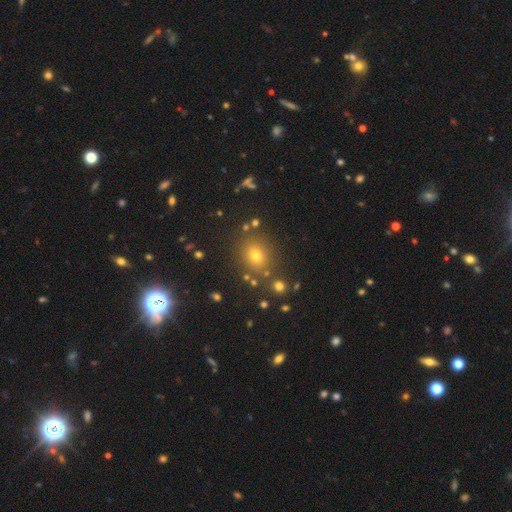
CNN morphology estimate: This is likely a smooth galaxy (66%). How rounded: likely round (70%). Merging: clearly none (82%).